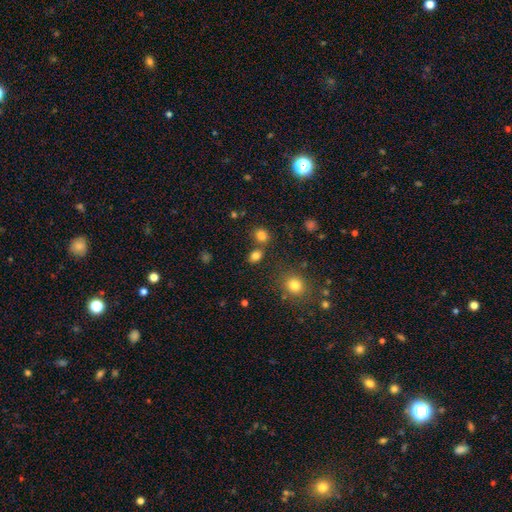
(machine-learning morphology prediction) This is clearly a smooth galaxy (80%). How rounded: possibly in between (56%). Merging: likely none (69%).